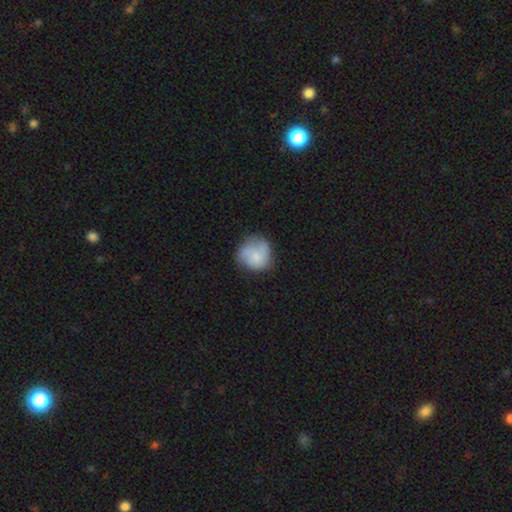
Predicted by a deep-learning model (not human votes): Smooth or featured: smooth — 66% (featured or disk — 27%)
How rounded: round — 81% (in between — 18%)
Merging: none — 54% (minor disturbance — 29%)